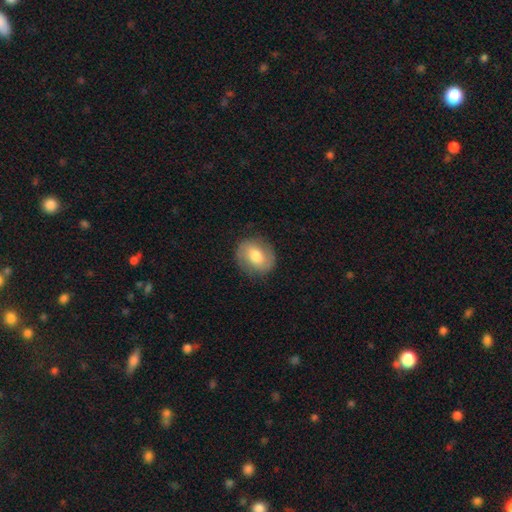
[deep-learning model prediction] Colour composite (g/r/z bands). It shows a smooth galaxy with no disk features (56%) that is round (60%). Merging: none (84%).